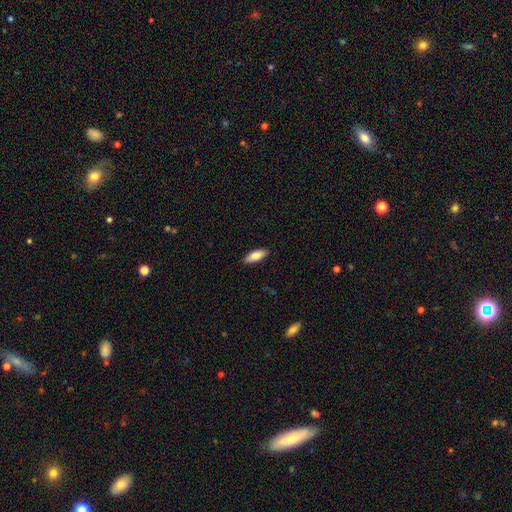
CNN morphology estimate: Smooth or featured: smooth — 83% (featured or disk — 11%)
How rounded: in between — 73% (cigar-shaped — 25%)
Merging: none — 89% (minor disturbance — 8%)